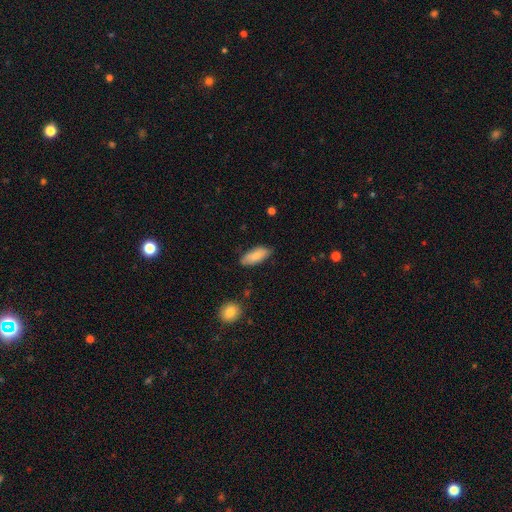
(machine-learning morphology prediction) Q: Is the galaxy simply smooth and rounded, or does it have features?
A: smooth — 82%.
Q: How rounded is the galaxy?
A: in between — 83%.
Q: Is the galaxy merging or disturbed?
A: none — 82%.